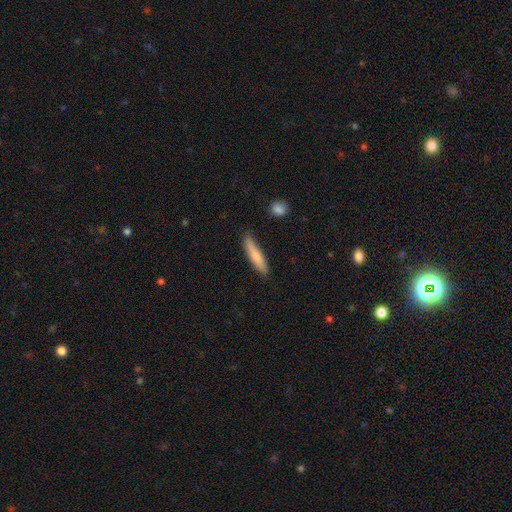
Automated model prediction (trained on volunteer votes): Smooth or featured? smooth (77%)
How rounded? cigar-shaped (84%)
Merging? none (83%)